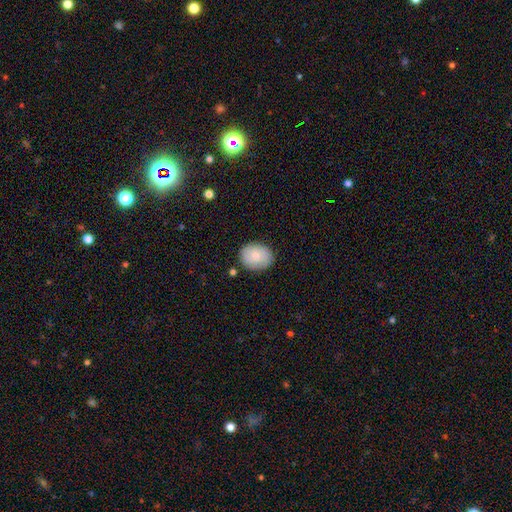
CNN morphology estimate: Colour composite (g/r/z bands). It shows a smooth galaxy with no disk features (79%) that is in between round and cigar-shaped (56%). Merging: none (83%).